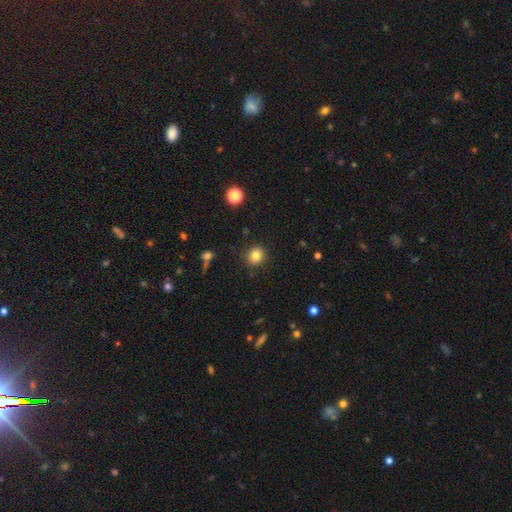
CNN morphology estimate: This is clearly a smooth galaxy (83%). How rounded: clearly round (86%). Merging: clearly none (89%).